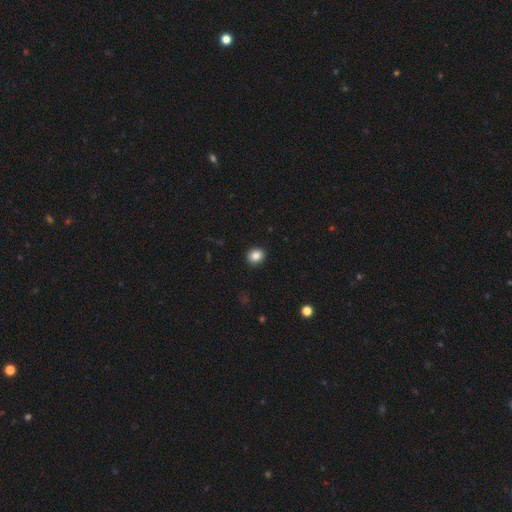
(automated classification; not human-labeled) This appears to be a smooth galaxy with no disk features (86%) that is round (70%). Merging: none (92%).